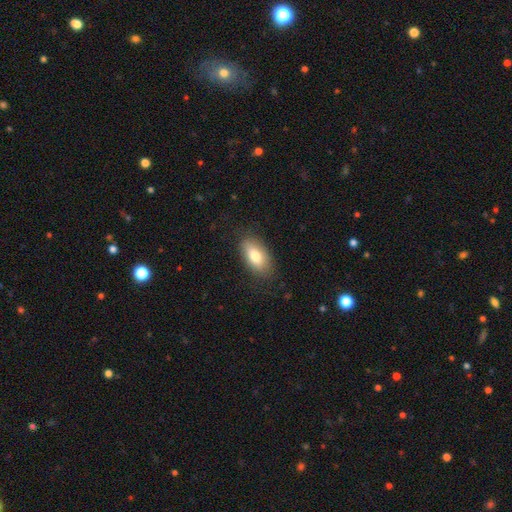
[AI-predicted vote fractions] Smooth or featured?
  - smooth: 78% *
  - featured or disk: 15%
  - star or artifact: 7%
How rounded?
  - in between: 90% *
  - cigar-shaped: 6%
  - round: 4%
Merging?
  - none: 82% *
  - minor disturbance: 13%
  - major disturbance: 4%
  - merger: 1%